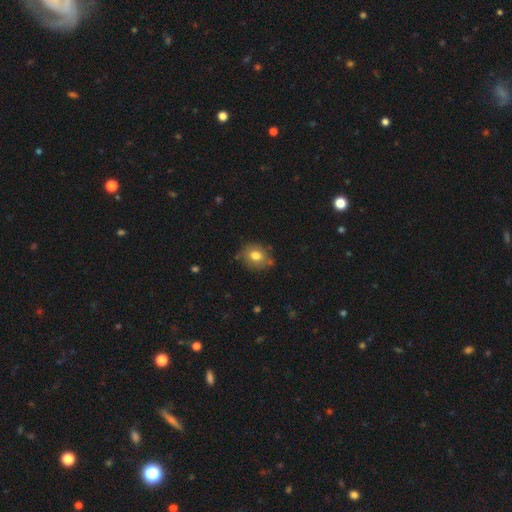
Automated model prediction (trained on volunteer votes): This appears to be a smooth galaxy with no disk features (75%) that is round (53%). Merging: none (72%).